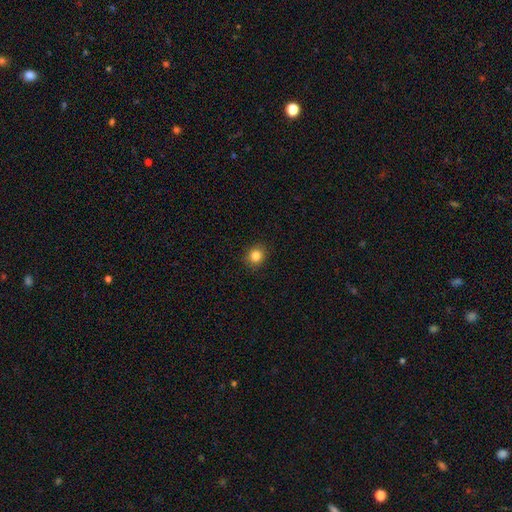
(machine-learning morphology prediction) Q: Smooth or featured?
A: smooth (84%); runner-up: star or artifact (11%)
Q: How rounded?
A: round (79%); runner-up: in between (20%)
Q: Merging?
A: none (90%); runner-up: minor disturbance (7%)